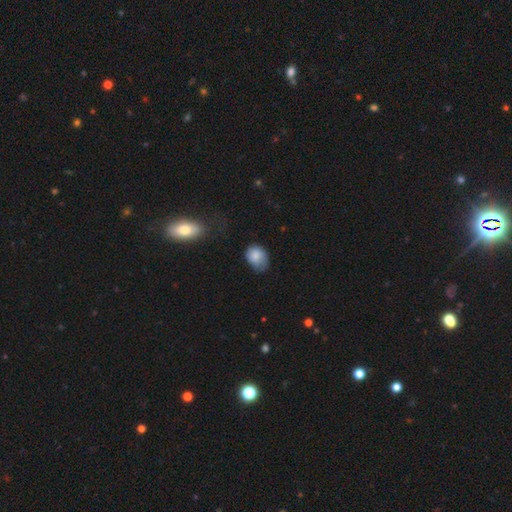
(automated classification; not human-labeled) Smooth or featured? smooth (79%)
How rounded? in between (62%)
Merging? none (47%)